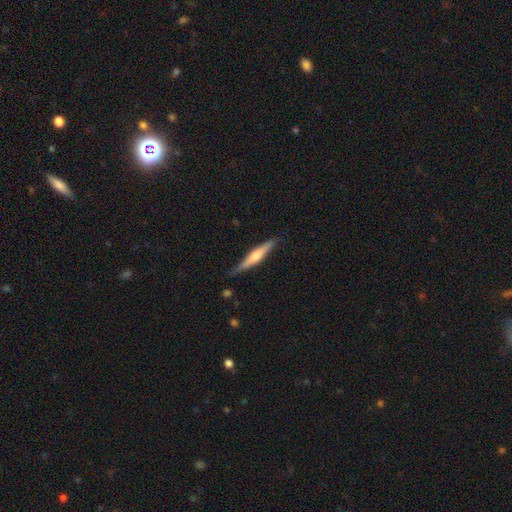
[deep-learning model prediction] smooth-or-featured: featured or disk: 59% | smooth: 36% | star or artifact: 5%
  disk-edge-on: yes: 96% | no: 4%
    edge-on-bulge: rounded: 84% | none: 9% | boxy: 8%
  merging: none: 81% | minor disturbance: 15% | major disturbance: 2% | merger: 2%